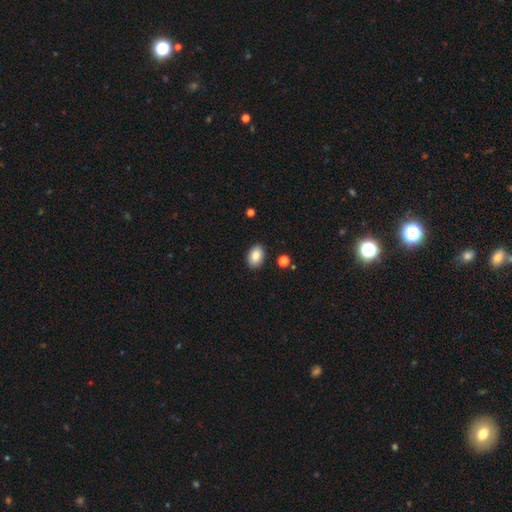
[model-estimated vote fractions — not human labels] smooth 86%, star or artifact 8%, featured or disk 6%. Down the decision tree: how rounded — in between (87%); merging — none (88%).